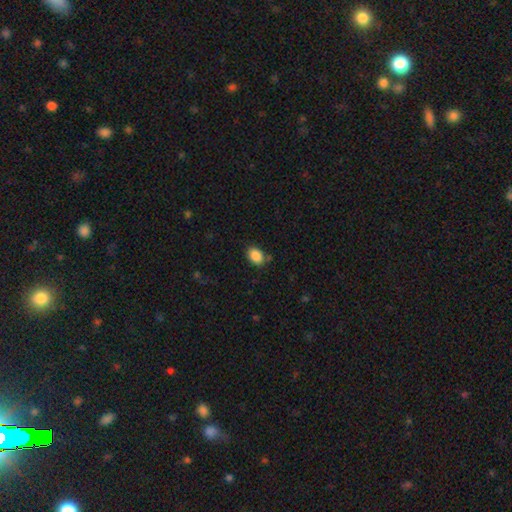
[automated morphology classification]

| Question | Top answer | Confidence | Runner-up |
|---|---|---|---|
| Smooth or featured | smooth | 88% | star or artifact (8%) |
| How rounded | in between | 78% | round (21%) |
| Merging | none | 81% | minor disturbance (12%) |